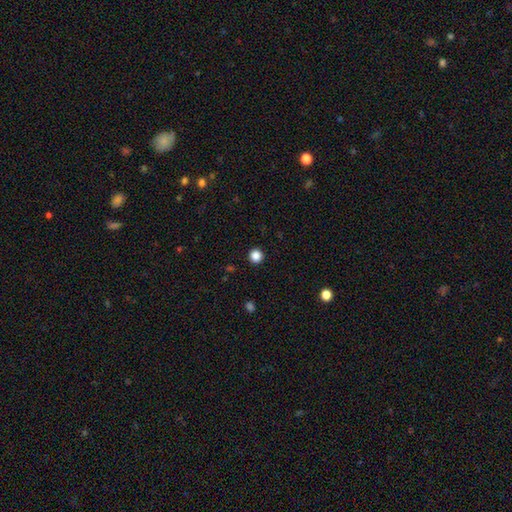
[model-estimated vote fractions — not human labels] This is clearly a smooth galaxy (86%). How rounded: clearly round (94%). Merging: clearly none (93%).